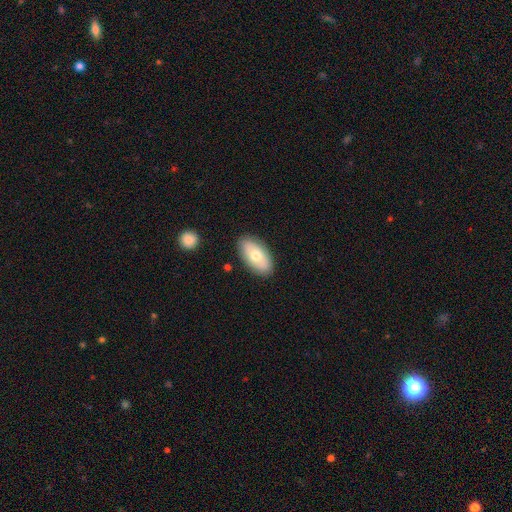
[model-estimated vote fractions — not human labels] A smooth galaxy with no disk features (67%) that is in between round and cigar-shaped (94%).

Vote fractions:
- Smooth or featured? smooth: 67% / featured or disk: 26% / star or artifact: 6%
- How rounded? in between: 94% / round: 4% / cigar-shaped: 3%
- Merging? none: 86% / minor disturbance: 10% / major disturbance: 2% / merger: 2%